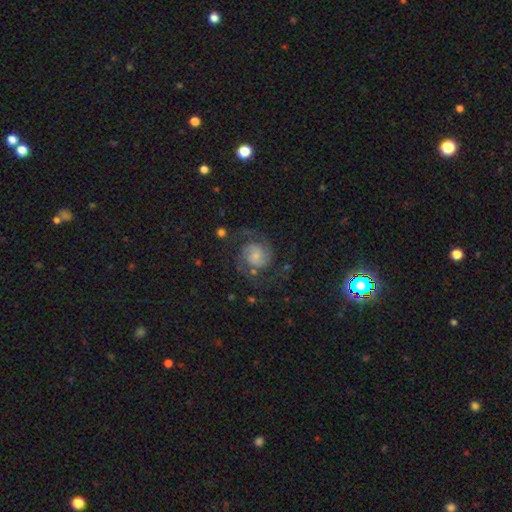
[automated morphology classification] Smooth or featured: featured or disk — 84% (smooth — 10%)
Edge-on disk: no — 98% (yes — 2%)
Bar: no — 61% (weak — 33%)
Spiral arms: yes — 97% (no — 3%)
Spiral winding: medium — 53% (tight — 28%)
Spiral arm count: 2 — 87% (3 — 4%)
Bulge size: small — 53% (moderate — 23%)
Merging: none — 70% (minor disturbance — 14%)